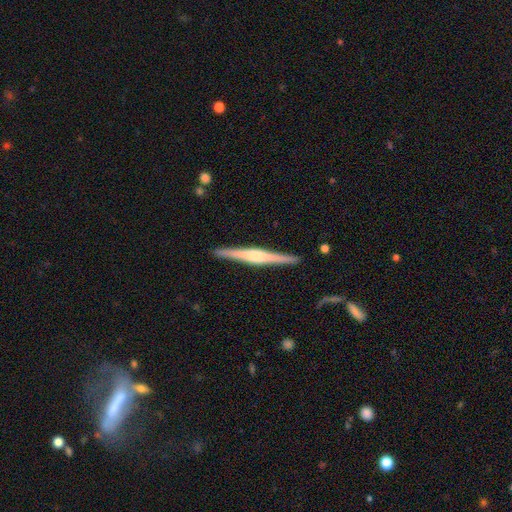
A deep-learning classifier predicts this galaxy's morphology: A featured or disk galaxy (73%) viewed edge-on (98%) with a rounded central bulge (61%).

Vote fractions:
- Smooth or featured? featured or disk: 73% / smooth: 22% / star or artifact: 5%
- Edge-on disk? yes: 98% / no: 2%
- Edge-on bulge? rounded: 61% / boxy: 27% / none: 12%
- Merging? none: 91% / minor disturbance: 6% / major disturbance: 1% / merger: 1%